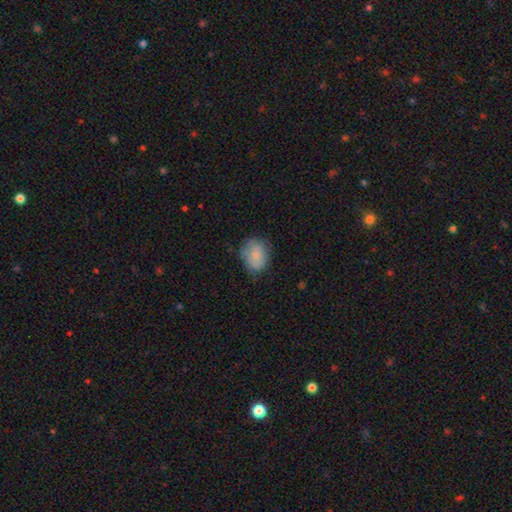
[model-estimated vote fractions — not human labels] Overall: smooth (72%). How rounded: in between (51%; round 49%). Merging: none (64%; minor disturbance 27%).